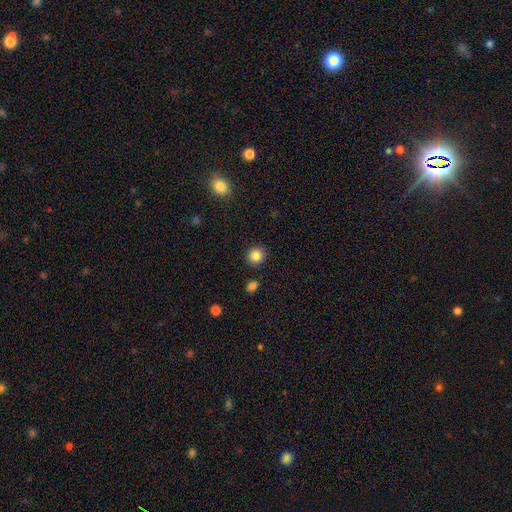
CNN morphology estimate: A smooth galaxy with no disk features (86%) that is round (91%).

Vote fractions:
- Smooth or featured? smooth: 86% / star or artifact: 10% / featured or disk: 4%
- How rounded? round: 91% / in between: 8% / cigar-shaped: 1%
- Merging? none: 90% / minor disturbance: 6% / merger: 2% / major disturbance: 2%